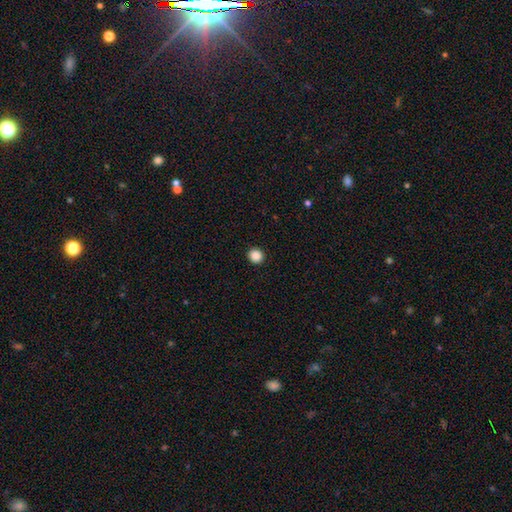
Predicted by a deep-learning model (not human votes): Smooth or featured? Predicted: smooth (p=0.88). How rounded? Predicted: round (p=0.93). Merging? Predicted: none (p=0.93).